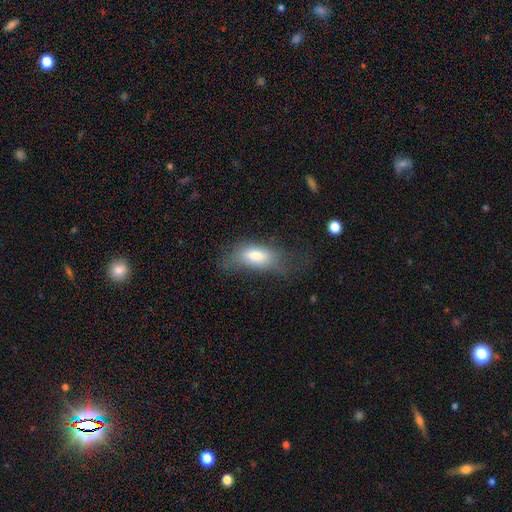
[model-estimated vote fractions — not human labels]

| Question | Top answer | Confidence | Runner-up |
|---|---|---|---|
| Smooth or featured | smooth | 75% | featured or disk (17%) |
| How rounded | in between | 84% | cigar-shaped (12%) |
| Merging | none | 41% | minor disturbance (28%) |